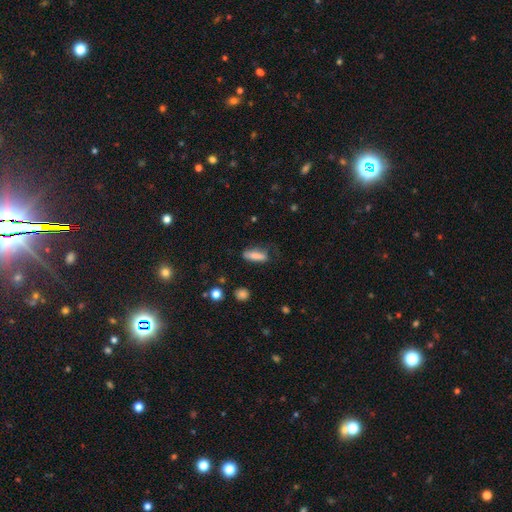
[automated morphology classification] smooth 81%, featured or disk 11%, star or artifact 8%. Down the decision tree: how rounded — in between (54%); merging — none (60%).